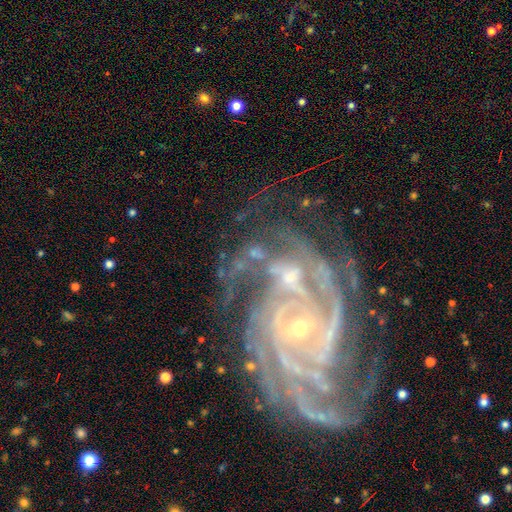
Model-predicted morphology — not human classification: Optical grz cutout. It shows a featured or disk galaxy (91%) with no bar (49%), 4 (26%) tight (66%) spiral arms (98%) and a small central bulge (80%). Merging: none (61%).